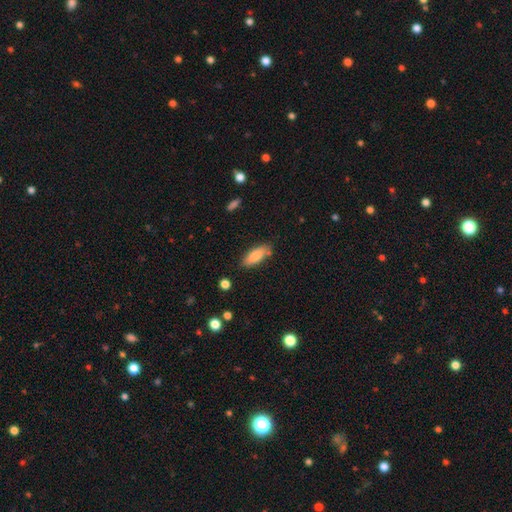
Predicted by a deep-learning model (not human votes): A smooth galaxy with no disk features (83%) that is in between round and cigar-shaped (73%). Merging: none (78%).